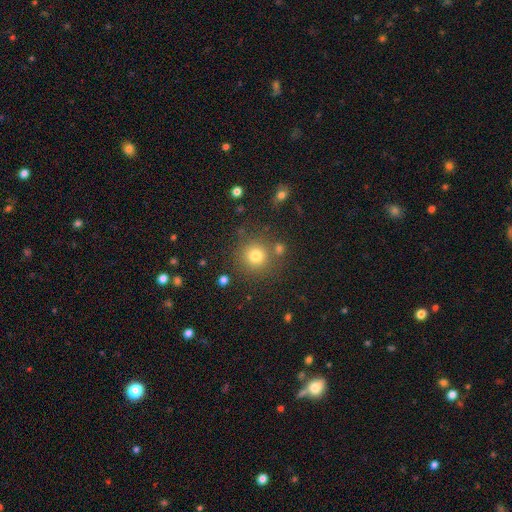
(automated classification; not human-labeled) smooth_or_featured: smooth (p=0.78) [alt: star or artifact p=0.14]
how_rounded: round (p=0.94) [alt: in between p=0.06]
merging: none (p=0.81) [alt: minor disturbance p=0.08]